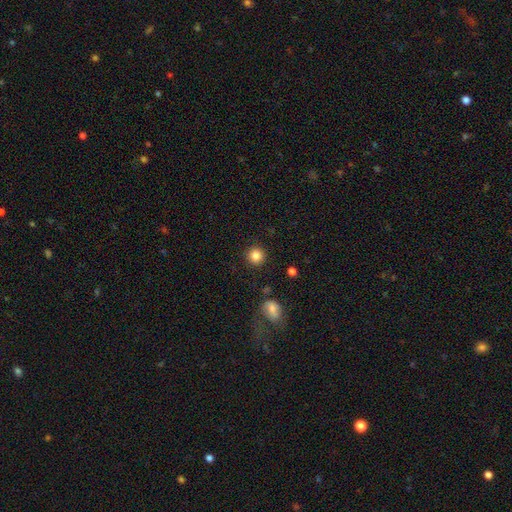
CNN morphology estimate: This is clearly a smooth galaxy (85%). How rounded: clearly round (93%). Merging: clearly none (89%).